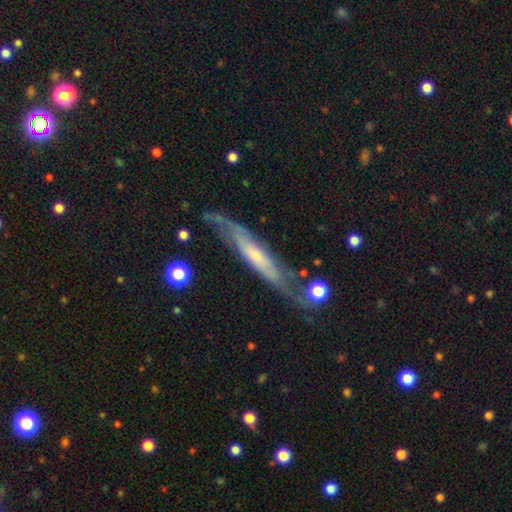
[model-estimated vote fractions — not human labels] Overall: featured or disk (76%). Edge-on disk: yes (51%; no 49%). Merging: none (63%).